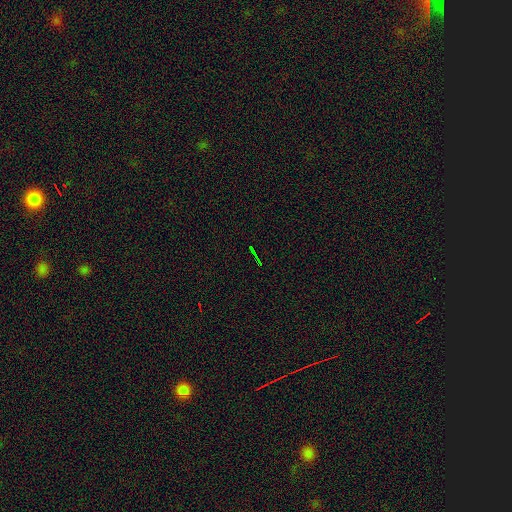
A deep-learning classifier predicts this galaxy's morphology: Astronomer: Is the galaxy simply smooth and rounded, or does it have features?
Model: star or artifact — 71%.